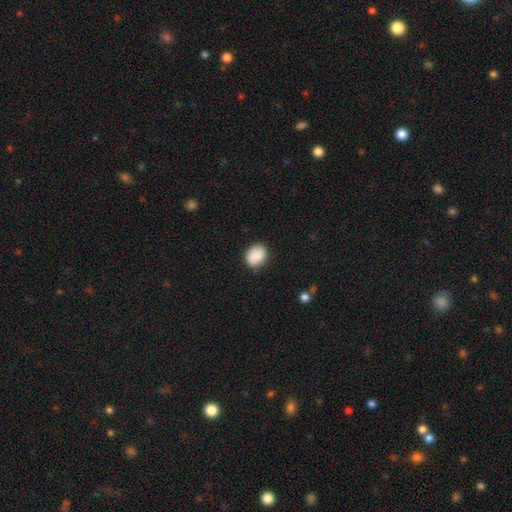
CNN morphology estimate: smooth 89%, star or artifact 7%, featured or disk 3%. Down the decision tree: how rounded — round (55%); merging — none (84%).